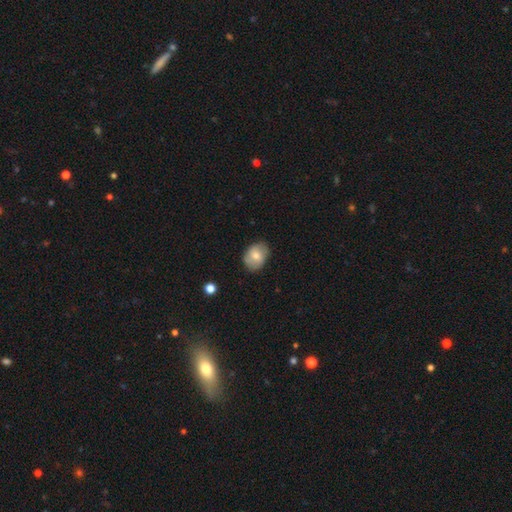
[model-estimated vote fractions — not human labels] A smooth galaxy with no disk features (67%) that is in between round and cigar-shaped (63%).

Vote fractions:
- Smooth or featured? smooth: 67% / featured or disk: 26% / star or artifact: 7%
- How rounded? in between: 63% / round: 36% / cigar-shaped: 1%
- Merging? none: 75% / minor disturbance: 20% / major disturbance: 4% / merger: 1%